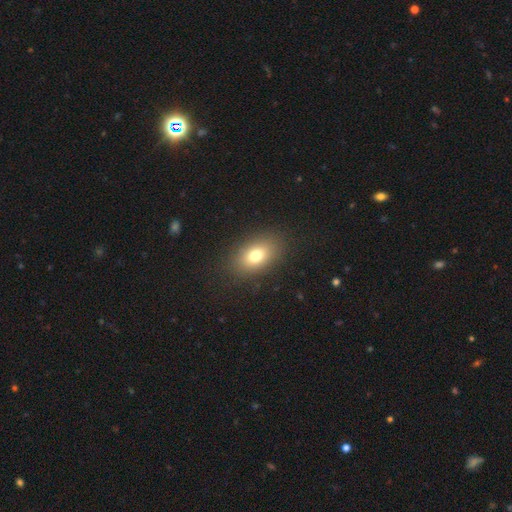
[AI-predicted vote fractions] The model was most divided on "smooth or featured": smooth: 76%, featured or disk: 13%, star or artifact: 11%. More confident: merging — none (86%); how rounded — in between (83%).